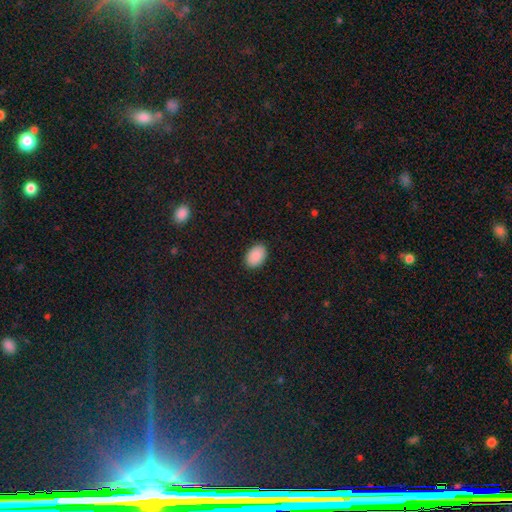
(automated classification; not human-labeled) Smooth or featured? Predicted: smooth (p=0.90). How rounded? Predicted: in between (p=0.88). Merging? Predicted: none (p=0.89).